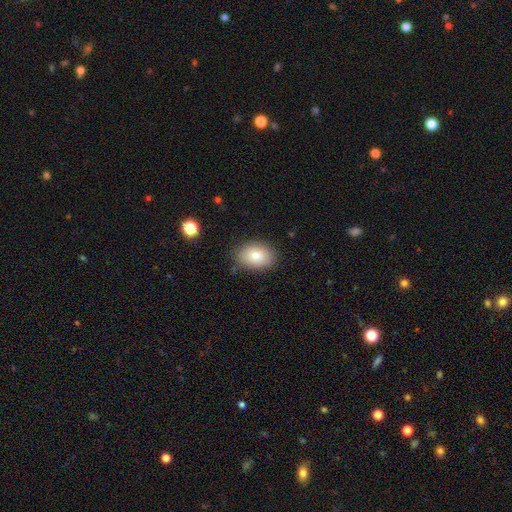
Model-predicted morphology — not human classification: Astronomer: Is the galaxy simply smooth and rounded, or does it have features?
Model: smooth — 83%.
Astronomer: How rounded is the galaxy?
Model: in between — 81%.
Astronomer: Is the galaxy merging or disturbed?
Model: none — 84%.